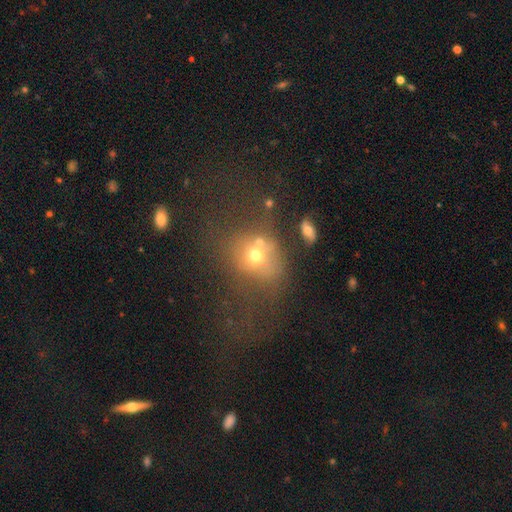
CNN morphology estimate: Smooth or featured: smooth — 60% (featured or disk — 22%)
How rounded: round — 61% (in between — 38%)
Merging: none — 37% (major disturbance — 25%)